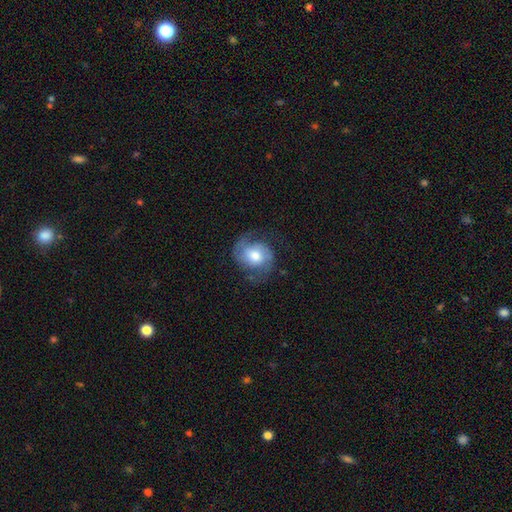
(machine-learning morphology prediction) The model was most divided on "spiral winding": medium: 49%, loose: 26%, tight: 25%. More confident: edge-on disk — no (97%); spiral arms — yes (93%); spiral arm count — 2 (87%); smooth or featured — featured or disk (73%); merging — none (67%); bar — no (61%); bulge size — moderate (60%).